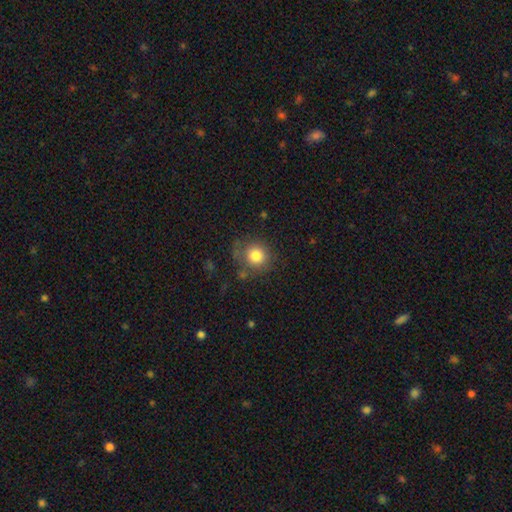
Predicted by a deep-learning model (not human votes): Smooth or featured?
  - smooth: 81% *
  - star or artifact: 11%
  - featured or disk: 9%
How rounded?
  - round: 88% *
  - in between: 11%
  - cigar-shaped: 1%
Merging?
  - none: 71% *
  - minor disturbance: 17%
  - major disturbance: 7%
  - merger: 4%